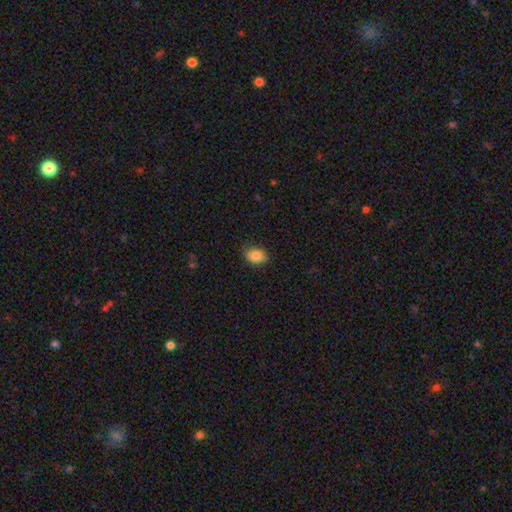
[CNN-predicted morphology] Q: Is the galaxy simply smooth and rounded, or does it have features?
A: smooth — 86%.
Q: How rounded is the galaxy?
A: in between — 77%.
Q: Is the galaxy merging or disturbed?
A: none — 80%.